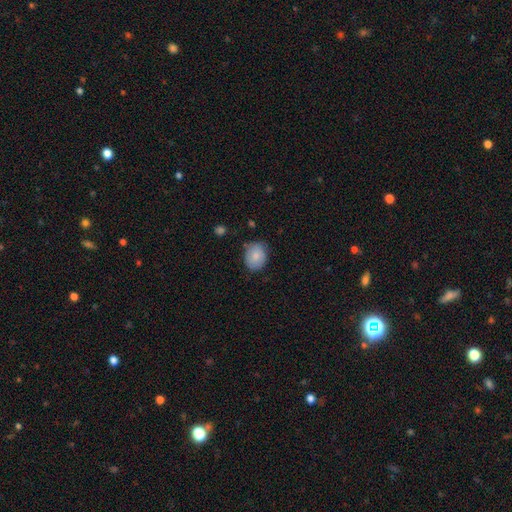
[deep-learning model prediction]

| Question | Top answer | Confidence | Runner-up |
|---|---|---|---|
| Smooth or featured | smooth | 80% | featured or disk (13%) |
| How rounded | in between | 51% | round (48%) |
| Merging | none | 72% | minor disturbance (22%) |